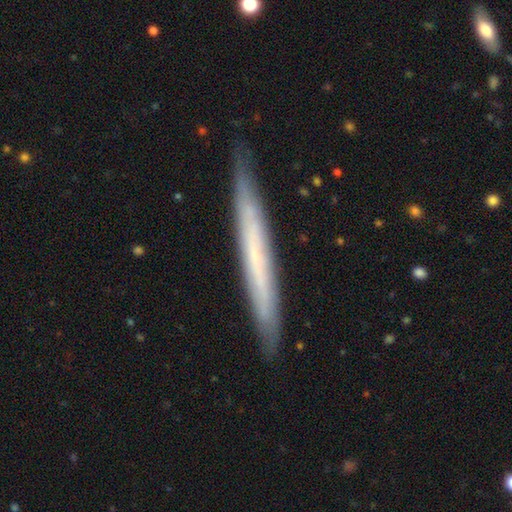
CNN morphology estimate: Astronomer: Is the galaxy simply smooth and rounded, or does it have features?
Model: featured or disk — 55% (runner-up: smooth, 39%).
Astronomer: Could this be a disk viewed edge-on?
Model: yes — 91%.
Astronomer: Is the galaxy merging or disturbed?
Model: none — 88%.